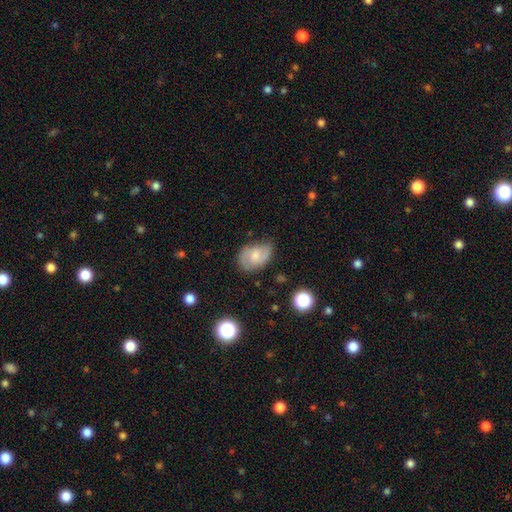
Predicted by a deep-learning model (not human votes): This appears to be a featured or disk galaxy (52%) with no bar (56%), spiral arms (84%) and a moderate central bulge (45%). Merging: none (64%).